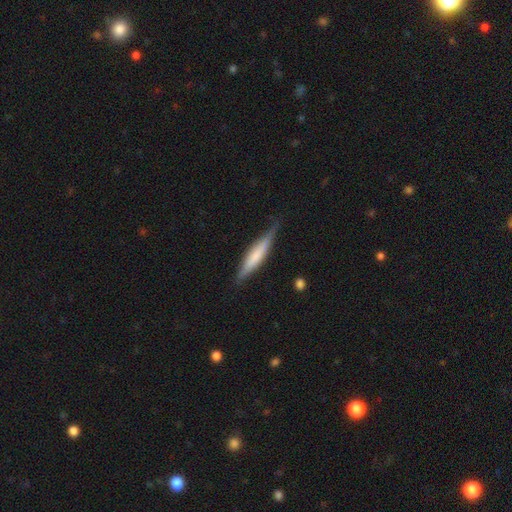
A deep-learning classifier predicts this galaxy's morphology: Smooth or featured? smooth (51%)
How rounded? cigar-shaped (87%)
Merging? none (78%)